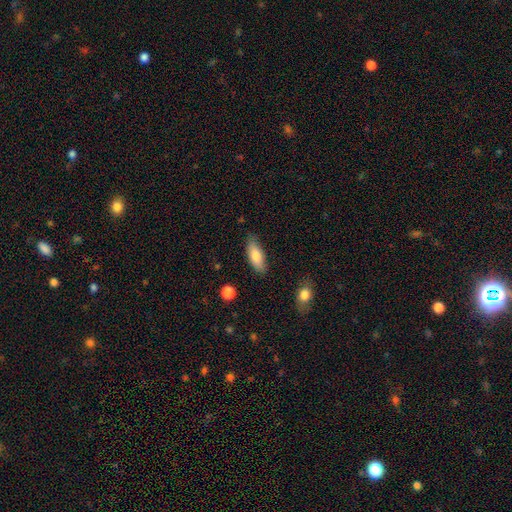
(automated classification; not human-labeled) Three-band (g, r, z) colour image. It shows a smooth galaxy with no disk features (81%) that is in between round and cigar-shaped (70%). Merging: none (81%).